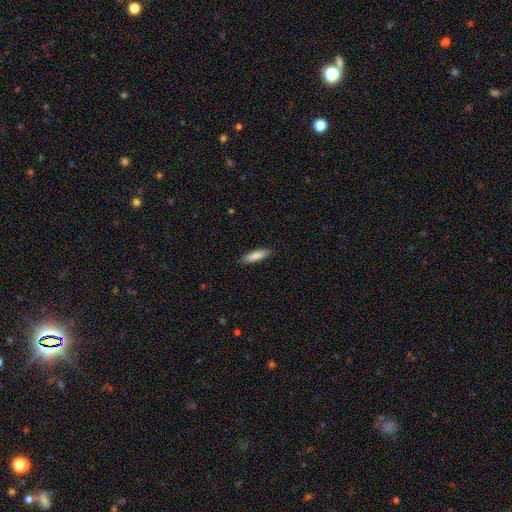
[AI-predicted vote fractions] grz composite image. It shows a smooth galaxy with no disk features (85%) that is cigar-shaped (68%). Merging: none (88%).